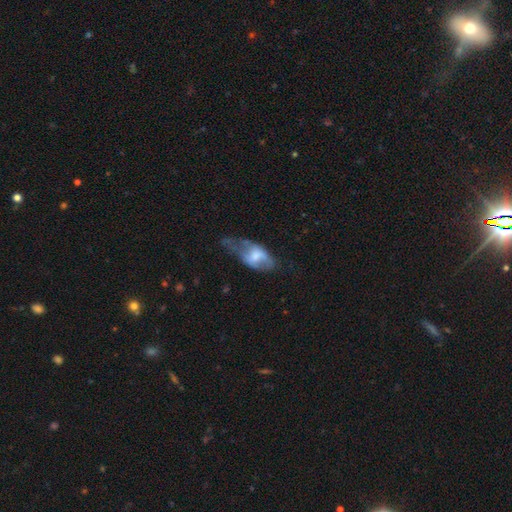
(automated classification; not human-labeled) This is possibly a smooth galaxy (49%). Merging: marginally major disturbance (38%).